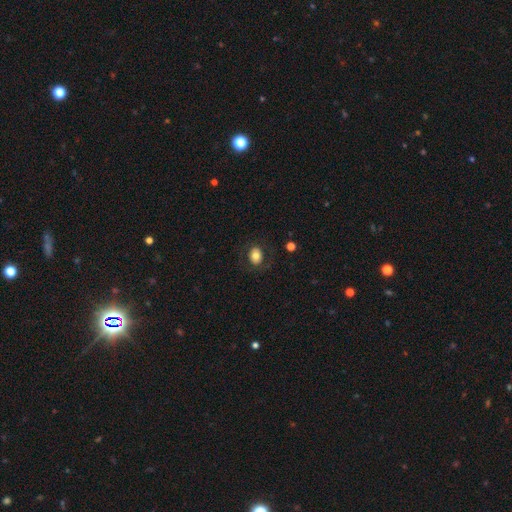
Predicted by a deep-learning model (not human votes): This appears to be a smooth galaxy with no disk features (75%) that is in between round and cigar-shaped (56%). Merging: none (81%).